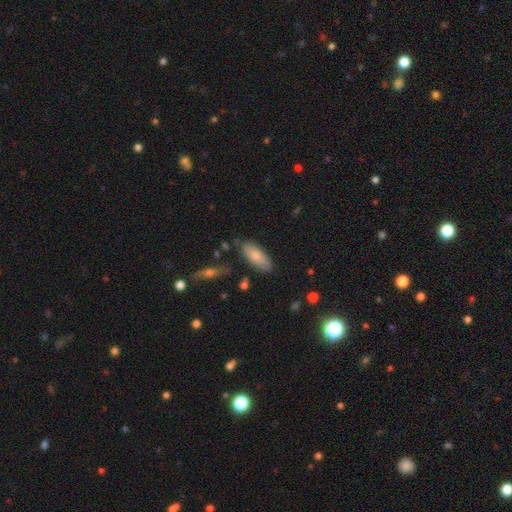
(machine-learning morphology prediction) Smooth or featured? smooth (77%)
How rounded? in between (82%)
Merging? none (77%)